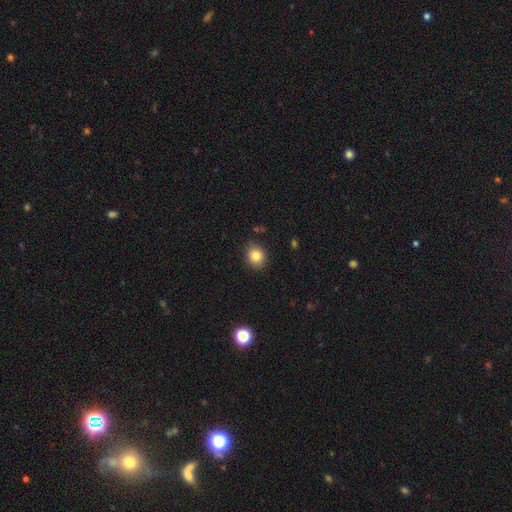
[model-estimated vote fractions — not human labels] Smooth or featured?
  - smooth: 84% *
  - star or artifact: 10%
  - featured or disk: 6%
How rounded?
  - round: 71% *
  - in between: 29%
  - cigar-shaped: 1%
Merging?
  - none: 86% *
  - minor disturbance: 10%
  - major disturbance: 2%
  - merger: 2%